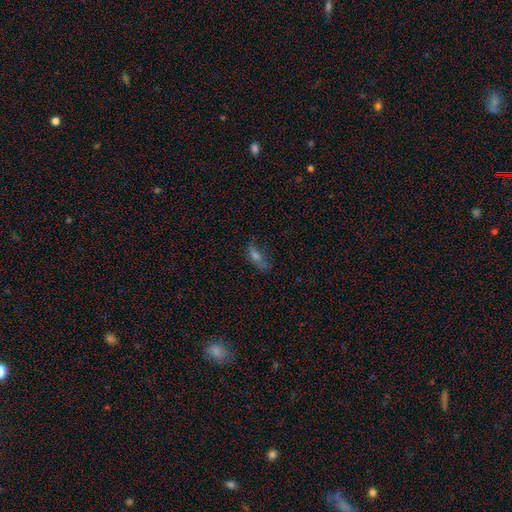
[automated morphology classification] smooth_or_featured: smooth (p=0.47) [alt: featured or disk p=0.32]
merging: none (p=0.61) [alt: minor disturbance p=0.23]